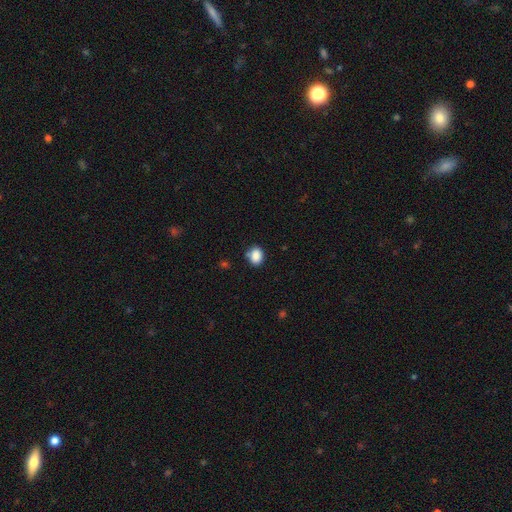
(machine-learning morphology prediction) Smooth or featured: smooth — 87% (star or artifact — 9%)
How rounded: in between — 58% (round — 41%)
Merging: none — 75% (minor disturbance — 16%)